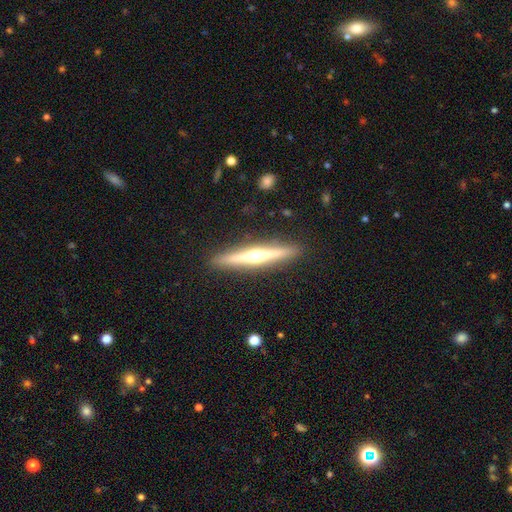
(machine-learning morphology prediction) Smooth or featured? Predicted: featured or disk (p=0.74). Edge-on disk? Predicted: yes (p=0.98). Edge-on bulge? Predicted: rounded (p=0.93). Merging? Predicted: none (p=0.91).